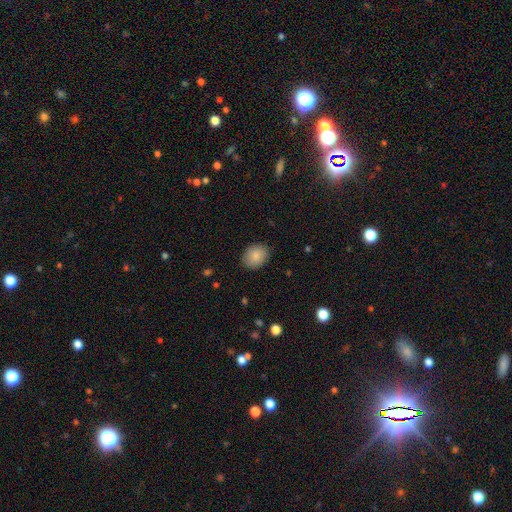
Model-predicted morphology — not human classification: smooth 86%, star or artifact 8%, featured or disk 6%. Down the decision tree: how rounded — in between (53%); merging — none (87%).